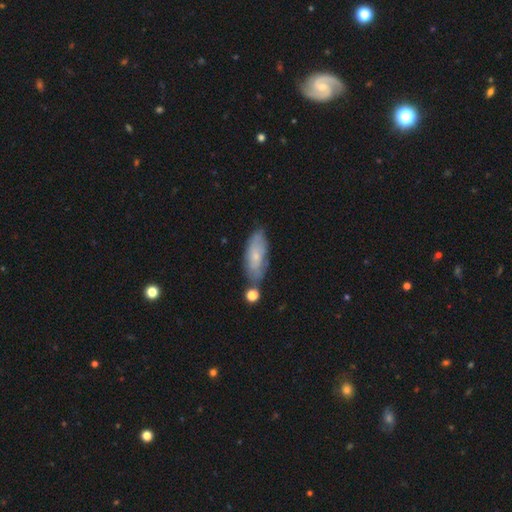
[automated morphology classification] type=smooth (59%); roundness=in between (74%); merging=none (65%).